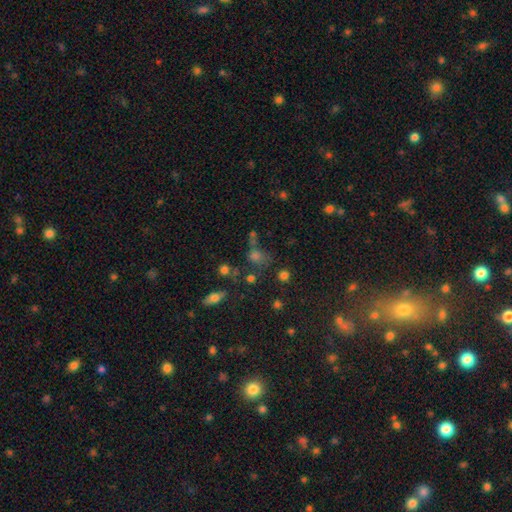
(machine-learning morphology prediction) The model was most divided on "how rounded": round: 62%, in between: 35%, cigar-shaped: 3%. More confident: smooth or featured — smooth (59%); merging — none (52%).